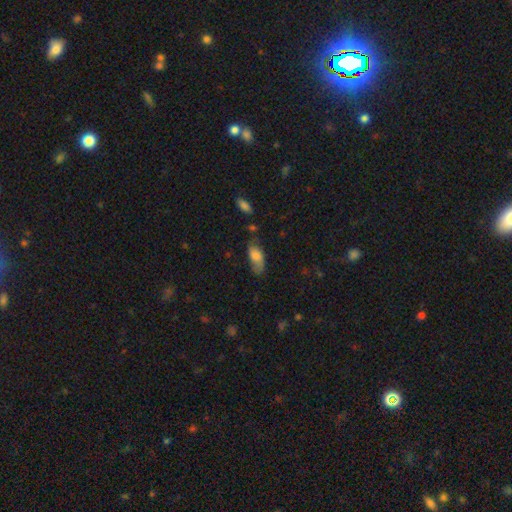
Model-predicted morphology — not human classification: This is likely a smooth galaxy (71%). How rounded: clearly in between (86%). Merging: possibly none (52%).